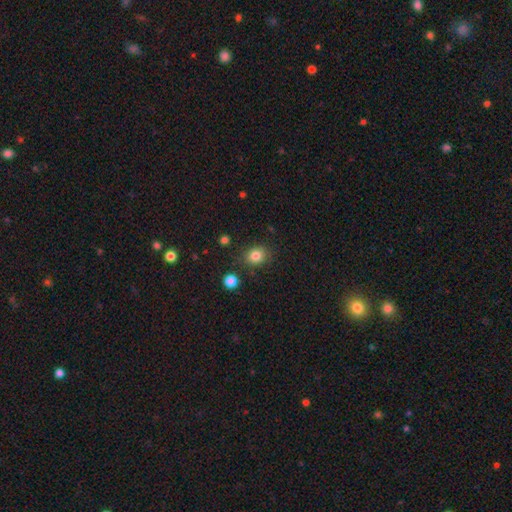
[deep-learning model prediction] Smooth or featured?
  - smooth: 82% *
  - star or artifact: 12%
  - featured or disk: 6%
How rounded?
  - round: 64% *
  - in between: 35%
  - cigar-shaped: 1%
Merging?
  - none: 82% *
  - minor disturbance: 12%
  - major disturbance: 3%
  - merger: 3%